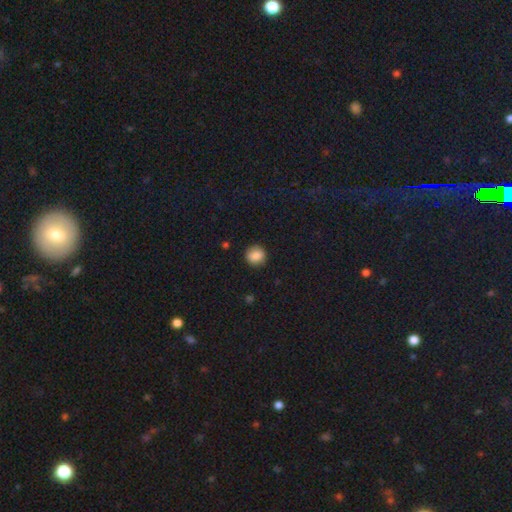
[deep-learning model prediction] Smooth or featured: smooth — 85% (star or artifact — 10%)
How rounded: round — 87% (in between — 12%)
Merging: none — 87% (minor disturbance — 9%)